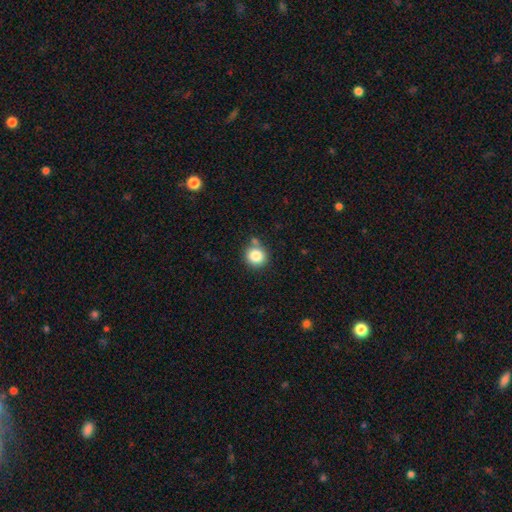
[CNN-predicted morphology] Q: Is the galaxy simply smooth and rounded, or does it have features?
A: smooth — 84%.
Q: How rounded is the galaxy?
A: round — 90%.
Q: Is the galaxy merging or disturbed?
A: none — 71%.